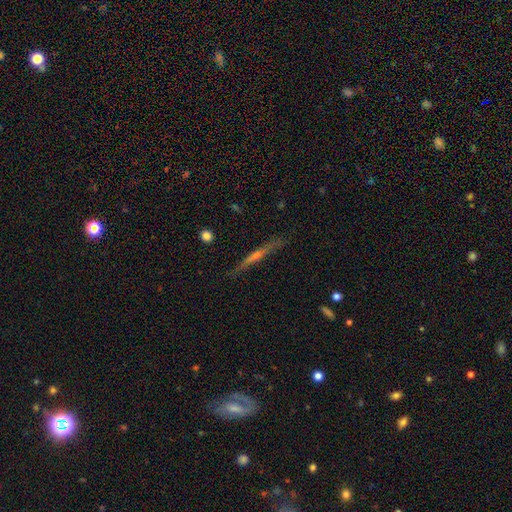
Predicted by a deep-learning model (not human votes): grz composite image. It shows a featured or disk galaxy (62%) viewed edge-on (96%) with no central bulge (45%). Merging: none (86%).